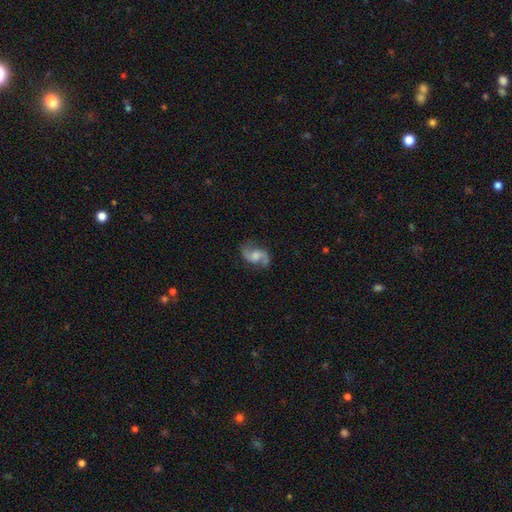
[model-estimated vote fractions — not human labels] Morphology: type=featured or disk (85%); edge-on=no (98%); bar=no (53%); spiral arms=yes (97%); winding=loose (55%); arm count=2 (93%); bulge=moderate (45%); merging=none (78%).